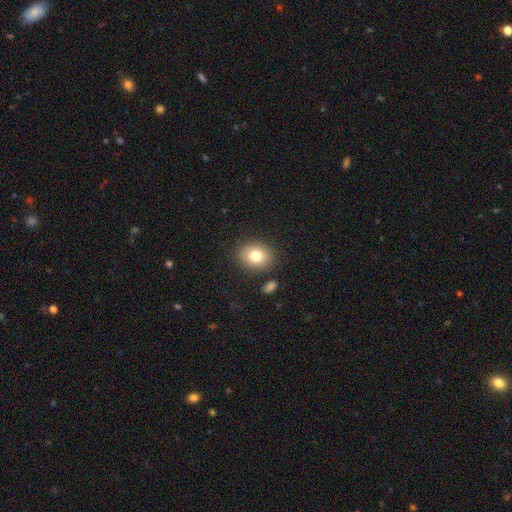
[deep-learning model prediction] Smooth or featured? smooth (79%)
How rounded? round (58%)
Merging? none (85%)